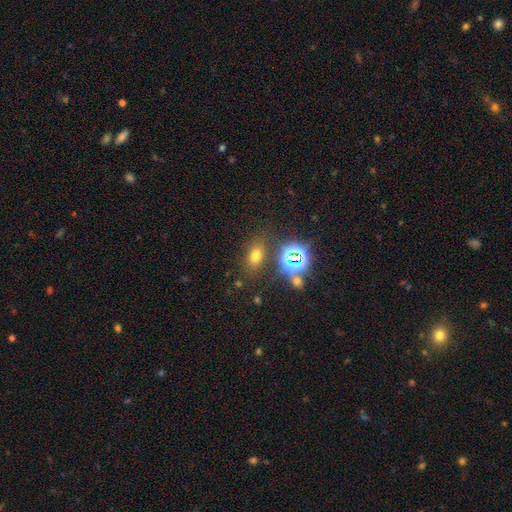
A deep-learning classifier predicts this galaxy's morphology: type=smooth (61%); roundness=in between (75%); merging=none (79%).